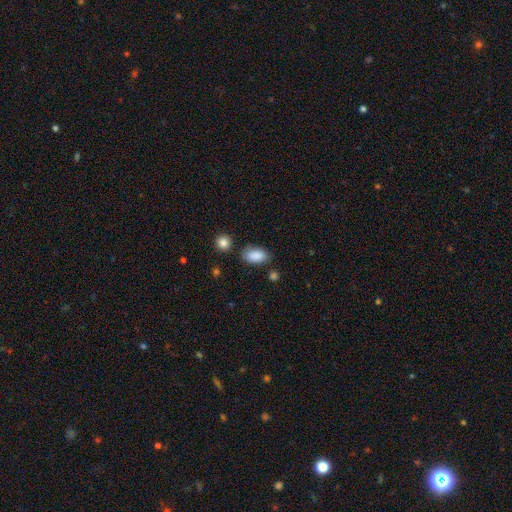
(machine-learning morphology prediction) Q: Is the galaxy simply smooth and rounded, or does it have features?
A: smooth — 87%.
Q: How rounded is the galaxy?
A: in between — 92%.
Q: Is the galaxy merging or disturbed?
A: none — 71%.